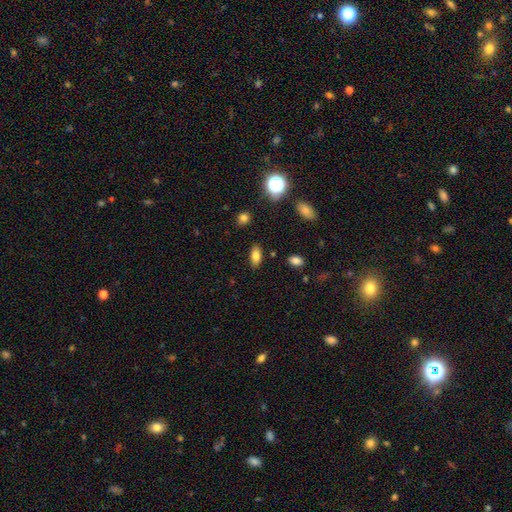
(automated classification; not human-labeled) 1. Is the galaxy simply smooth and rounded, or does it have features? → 80% smooth, 10% star or artifact, 10% featured or disk.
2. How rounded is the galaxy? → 88% in between, 8% cigar-shaped, 4% round.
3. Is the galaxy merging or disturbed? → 86% none, 10% minor disturbance, 2% major disturbance, 2% merger.